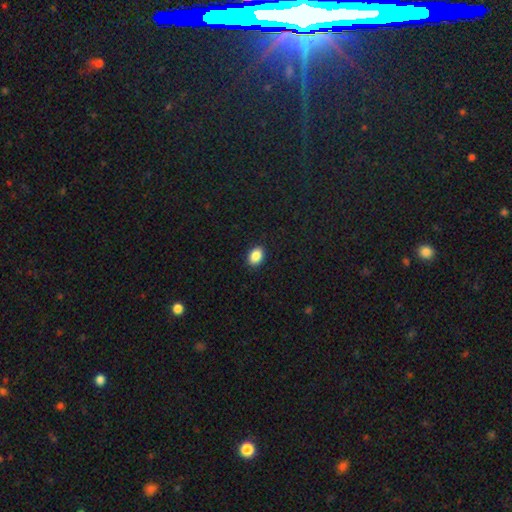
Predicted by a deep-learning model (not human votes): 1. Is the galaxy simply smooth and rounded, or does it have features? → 88% smooth, 9% star or artifact, 4% featured or disk.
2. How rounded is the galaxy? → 77% in between, 22% round, 1% cigar-shaped.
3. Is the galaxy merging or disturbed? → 90% none, 7% minor disturbance, 2% major disturbance, 1% merger.